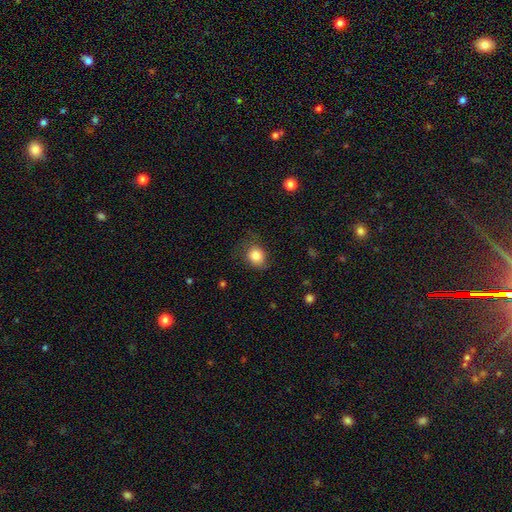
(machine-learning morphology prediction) The model was most divided on "how rounded": round: 63%, in between: 36%, cigar-shaped: 1%. More confident: smooth or featured — smooth (83%); merging — none (68%).